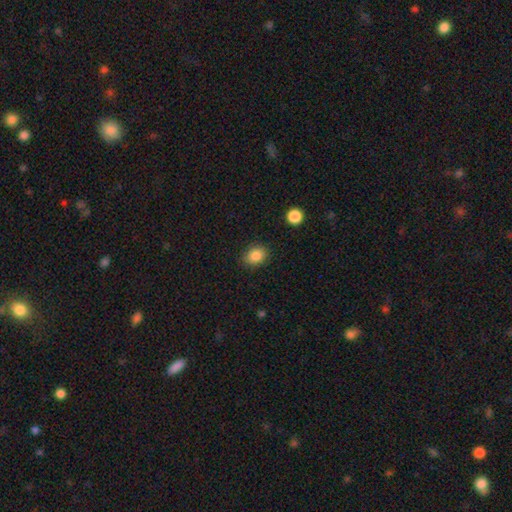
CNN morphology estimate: smooth 85%, star or artifact 10%, featured or disk 5%. Down the decision tree: how rounded — round (57%); merging — none (87%).